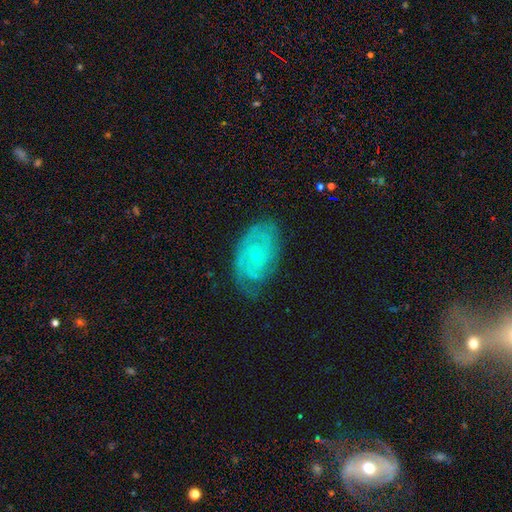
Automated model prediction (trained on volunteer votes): This appears to be a featured or disk galaxy (78%) with no bar (77%), tight (65%) spiral arms (92%) and a small central bulge (83%). Merging: none (72%).